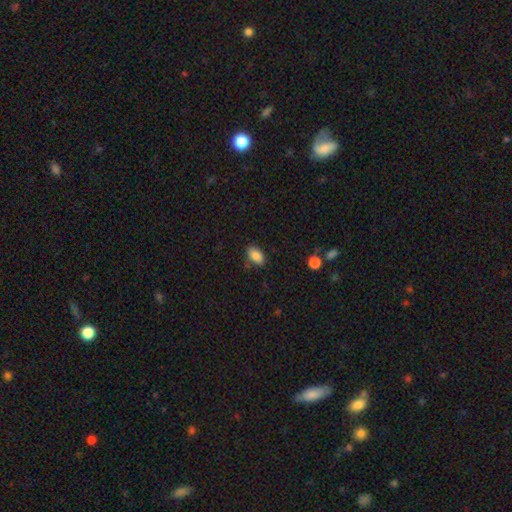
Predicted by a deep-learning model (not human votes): Q: Smooth or featured?
A: smooth (86%); runner-up: star or artifact (8%)
Q: How rounded?
A: in between (92%); runner-up: round (6%)
Q: Merging?
A: none (81%); runner-up: minor disturbance (13%)